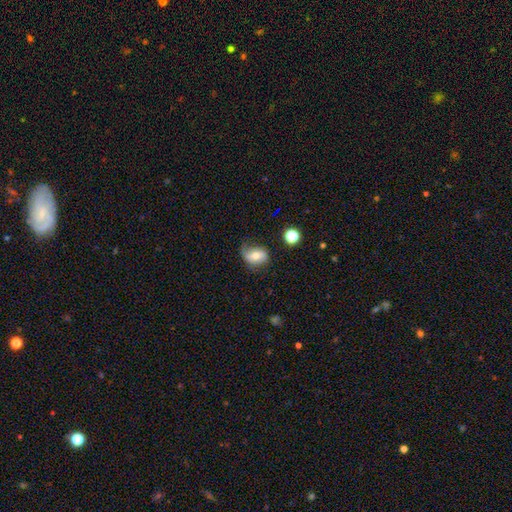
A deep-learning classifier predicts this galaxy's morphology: Q: Smooth or featured?
A: smooth (51%); runner-up: featured or disk (39%)
Q: How rounded?
A: in between (70%); runner-up: round (29%)
Q: Merging?
A: none (53%); runner-up: minor disturbance (31%)